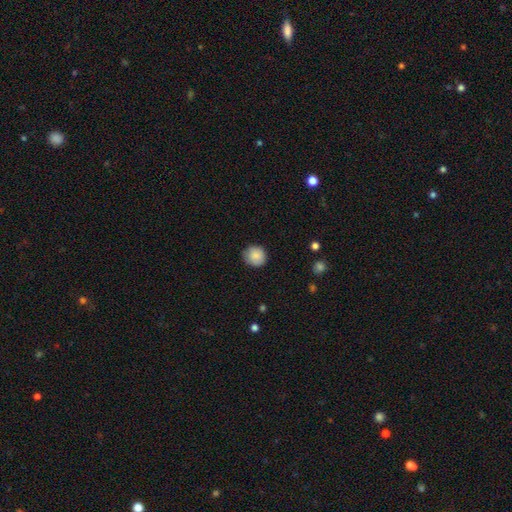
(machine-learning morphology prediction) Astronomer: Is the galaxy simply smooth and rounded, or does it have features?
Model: smooth — 87%.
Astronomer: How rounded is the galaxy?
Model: round — 88%.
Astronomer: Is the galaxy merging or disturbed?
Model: none — 82%.